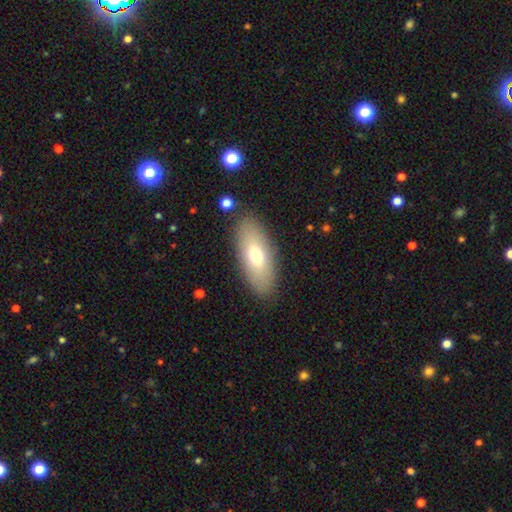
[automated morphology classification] A smooth galaxy with no disk features (67%) that is in between round and cigar-shaped (80%).

Vote fractions:
- Smooth or featured? smooth: 67% / featured or disk: 25% / star or artifact: 7%
- How rounded? in between: 80% / cigar-shaped: 17% / round: 3%
- Merging? none: 86% / minor disturbance: 9% / major disturbance: 3% / merger: 2%